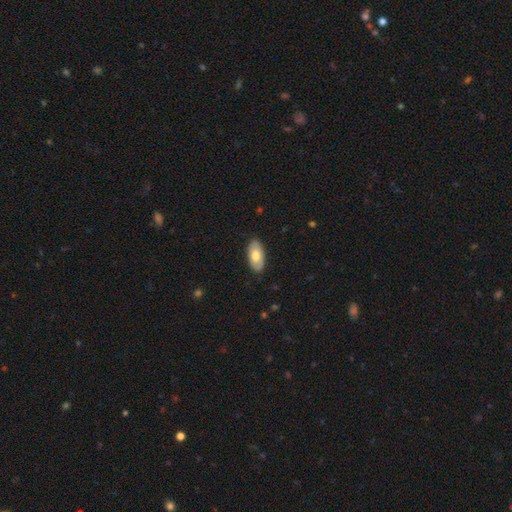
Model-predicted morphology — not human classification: Smooth or featured? Predicted: smooth (p=0.67). How rounded? Predicted: in between (p=0.94). Merging? Predicted: none (p=0.87).